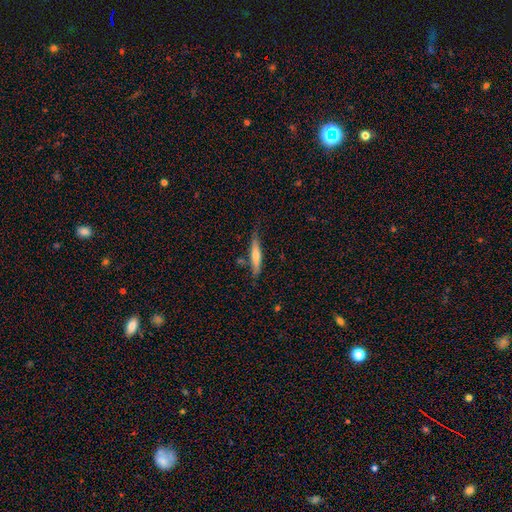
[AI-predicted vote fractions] Smooth or featured: smooth — 49% (featured or disk — 45%)
Merging: none — 78% (minor disturbance — 16%)